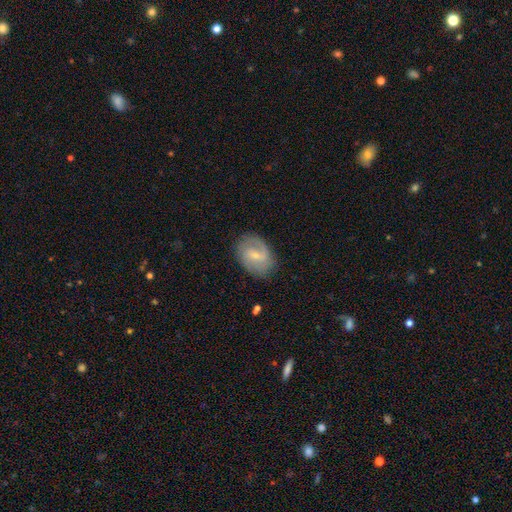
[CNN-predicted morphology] Smooth or featured? Predicted: featured or disk (p=0.68). Edge-on disk? Predicted: no (p=0.97). Bar? Predicted: weak (p=0.57). Spiral arms? Predicted: yes (p=0.86). Spiral winding? Predicted: medium (p=0.46). Spiral arm count? Predicted: 2 (p=0.78). Bulge size? Predicted: small (p=0.66). Merging? Predicted: none (p=0.79).